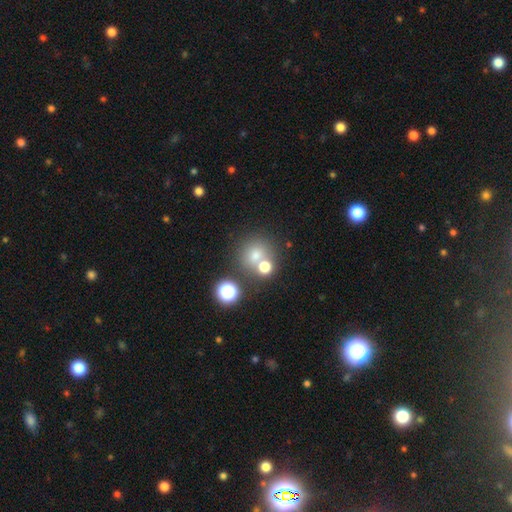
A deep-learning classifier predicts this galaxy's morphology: The model was most divided on "merging": none: 57%, merger: 31%, minor disturbance: 8%, major disturbance: 4%. More confident: how rounded — round (87%); smooth or featured — smooth (67%).